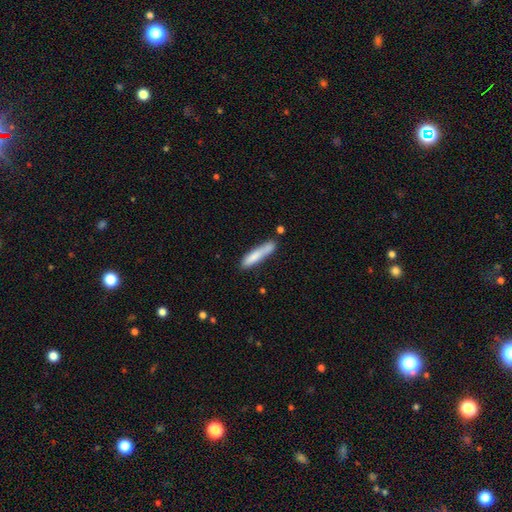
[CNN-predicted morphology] smooth 77%, featured or disk 17%, star or artifact 6%. Down the decision tree: how rounded — cigar-shaped (87%); merging — none (62%).